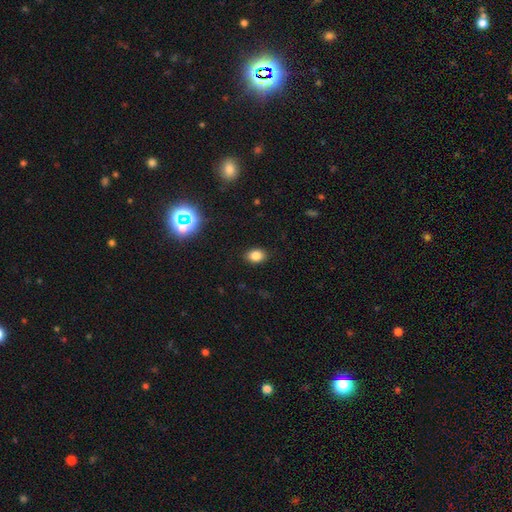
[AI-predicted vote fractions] A smooth galaxy with no disk features (82%) that is in between round and cigar-shaped (68%). Merging: none (88%).